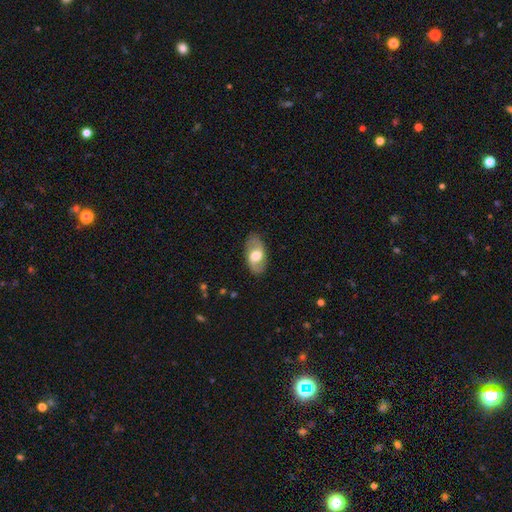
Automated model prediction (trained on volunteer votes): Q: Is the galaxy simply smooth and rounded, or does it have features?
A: featured or disk — 50%.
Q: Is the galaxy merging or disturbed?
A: none — 83%.